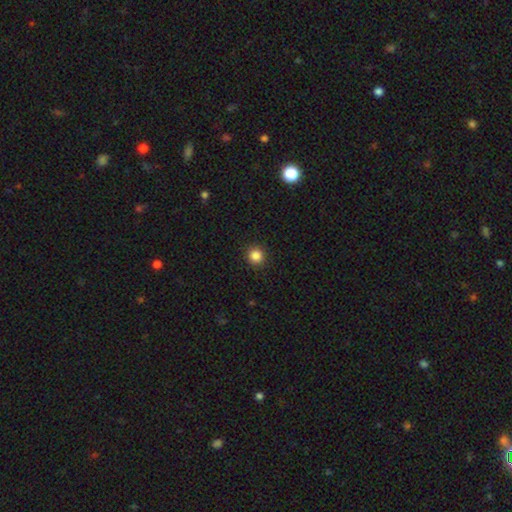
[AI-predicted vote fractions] Smooth or featured: smooth — 85% (star or artifact — 11%)
How rounded: round — 93% (in between — 6%)
Merging: none — 92% (minor disturbance — 5%)